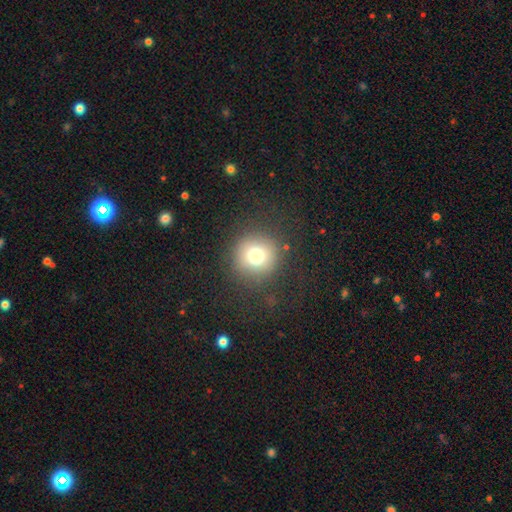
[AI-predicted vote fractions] A smooth galaxy with no disk features (75%) that is round (92%).

Vote fractions:
- Smooth or featured? smooth: 75% / star or artifact: 15% / featured or disk: 11%
- How rounded? round: 92% / in between: 7% / cigar-shaped: 1%
- Merging? none: 84% / minor disturbance: 9% / major disturbance: 6% / merger: 1%